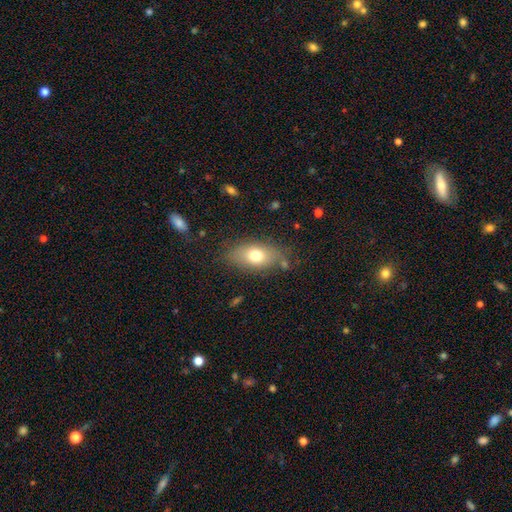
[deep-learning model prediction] A smooth galaxy with no disk features (73%) that is in between round and cigar-shaped (85%). Merging: none (76%).